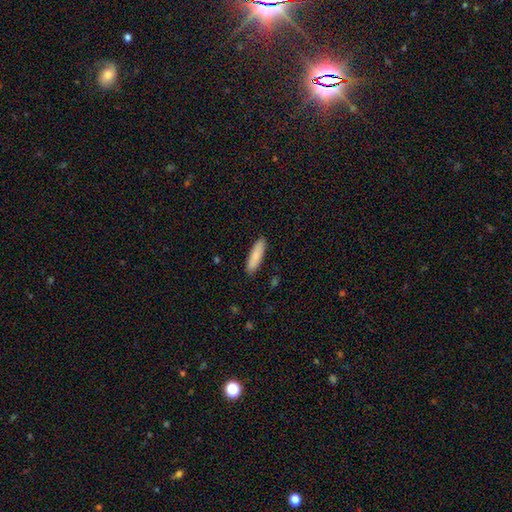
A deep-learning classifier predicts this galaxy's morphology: Smooth or featured? Predicted: smooth (p=0.85). How rounded? Predicted: cigar-shaped (p=0.68). Merging? Predicted: none (p=0.90).